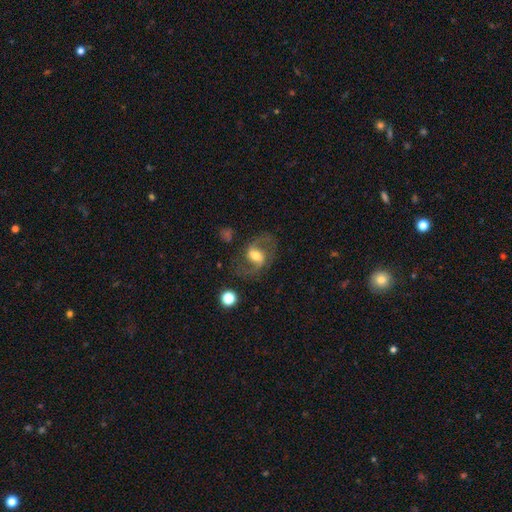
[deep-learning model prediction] Morphology: type=featured or disk (74%); edge-on=no (96%); bar=weak (46%); spiral arms=yes (89%); winding=medium (47%); arm count=2 (90%); bulge=moderate (62%); merging=none (71%).